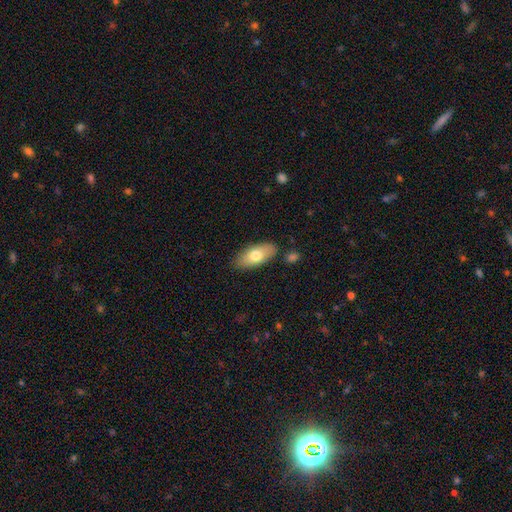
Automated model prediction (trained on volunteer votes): A smooth galaxy with no disk features (73%) that is in between round and cigar-shaped (87%). Merging: none (84%).